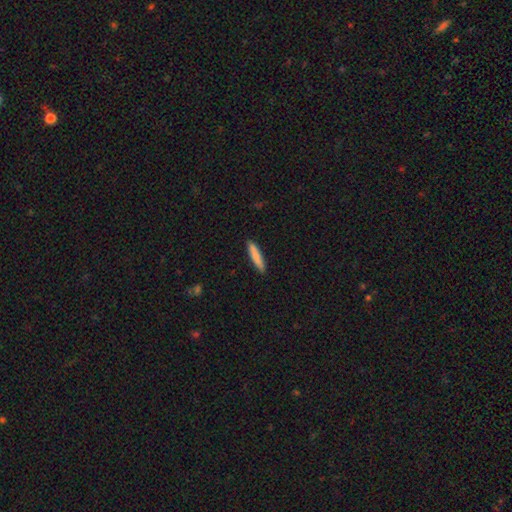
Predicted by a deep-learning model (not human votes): This is clearly a smooth galaxy (85%). How rounded: clearly cigar-shaped (89%). Merging: clearly none (90%).